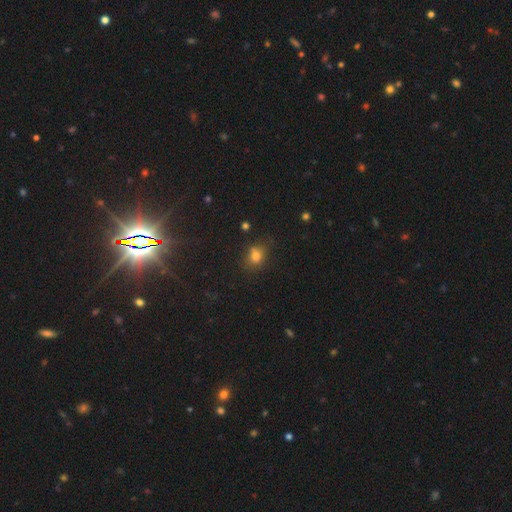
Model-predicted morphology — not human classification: Smooth or featured? smooth (76%)
How rounded? round (58%)
Merging? none (64%)